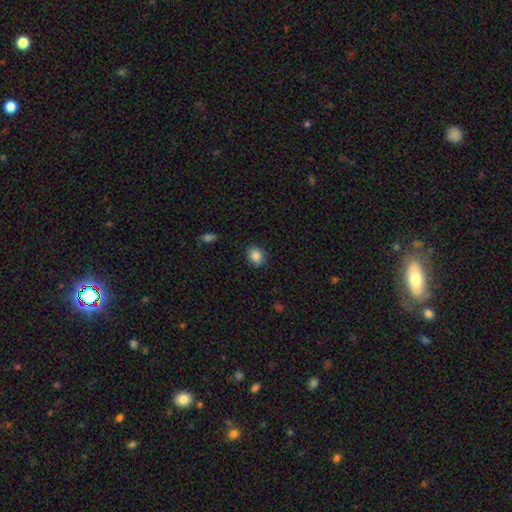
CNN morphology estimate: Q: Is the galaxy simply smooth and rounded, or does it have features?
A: smooth — 86%.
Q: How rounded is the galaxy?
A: round — 56%.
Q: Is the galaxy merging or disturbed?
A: none — 85%.